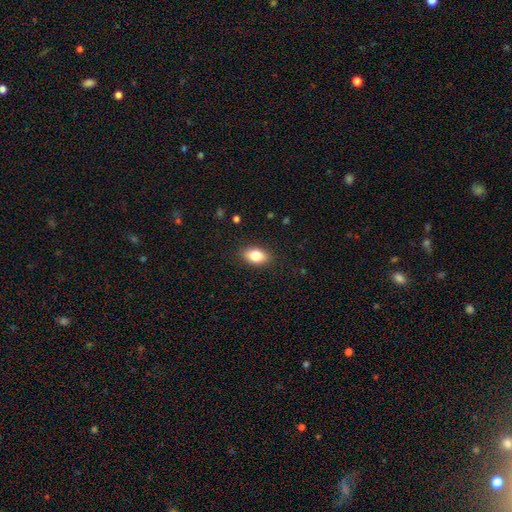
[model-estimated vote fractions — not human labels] smooth 82%, featured or disk 10%, star or artifact 8%. Down the decision tree: how rounded — in between (87%); merging — none (87%).